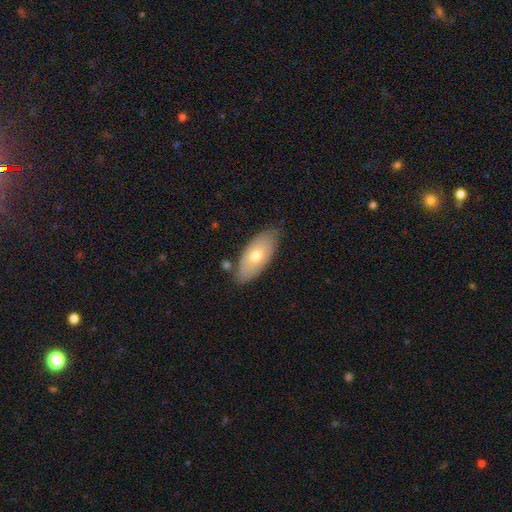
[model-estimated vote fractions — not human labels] smooth-or-featured: smooth: 63% | featured or disk: 31% | star or artifact: 6%
  how-rounded: in between: 89% | cigar-shaped: 8% | round: 3%
  merging: none: 75% | minor disturbance: 17% | merger: 4% | major disturbance: 3%